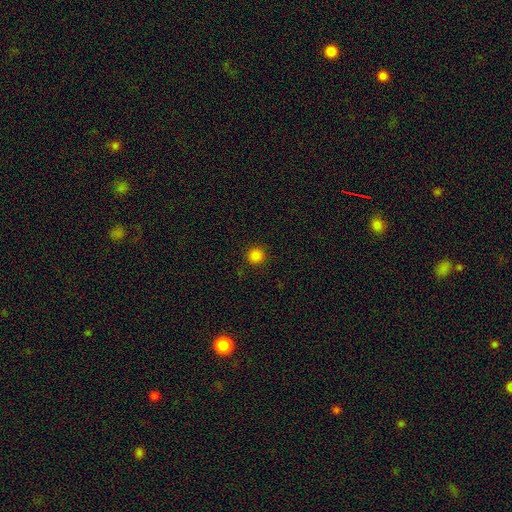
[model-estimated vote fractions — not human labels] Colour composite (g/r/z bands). It shows a smooth galaxy with no disk features (84%) that is round (94%). Merging: none (91%).